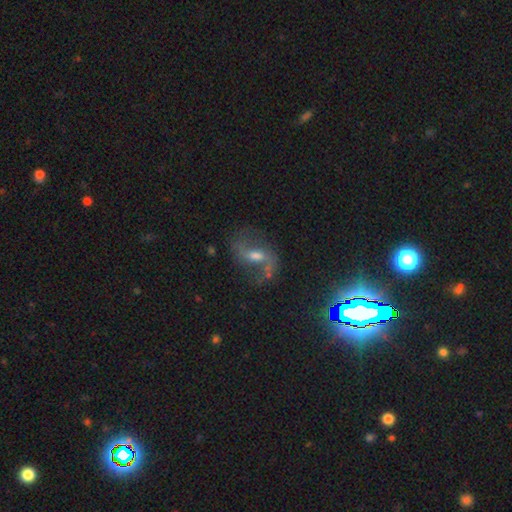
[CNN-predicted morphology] This is likely a featured or disk galaxy (77%). It is clearly not viewed edge-on (96%). Bar: possibly weak (51%). Spiral arm pattern: clearly yes (91%). Spiral arm count: clearly 2 (90%). Spiral winding: likely loose (69%). Central bulge: possibly moderate (57%). Merging: likely none (67%).